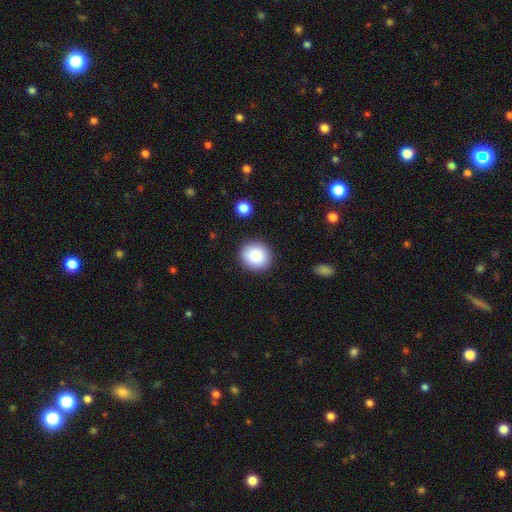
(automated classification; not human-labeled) Smooth or featured?
  - smooth: 82% *
  - featured or disk: 10%
  - star or artifact: 9%
How rounded?
  - round: 82% *
  - in between: 17%
  - cigar-shaped: 1%
Merging?
  - none: 89% *
  - minor disturbance: 7%
  - major disturbance: 2%
  - merger: 2%